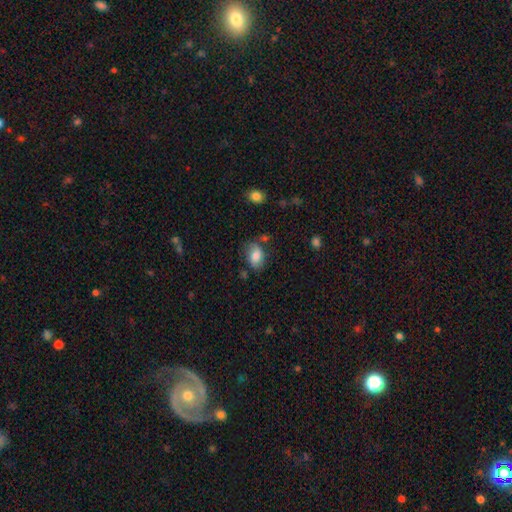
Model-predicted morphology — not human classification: smooth_or_featured: smooth (p=0.81) [alt: featured or disk p=0.11]
how_rounded: in between (p=0.81) [alt: round p=0.18]
merging: none (p=0.62) [alt: minor disturbance p=0.24]